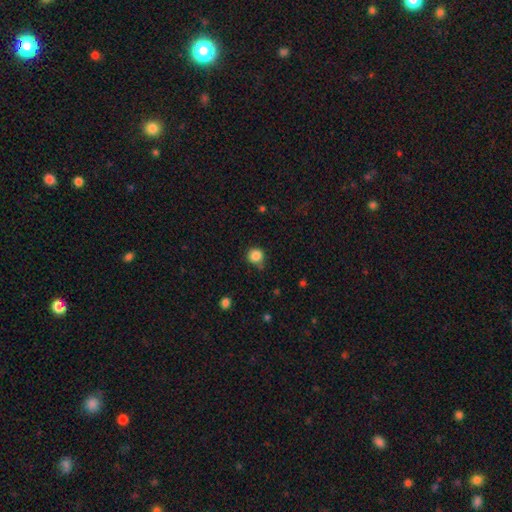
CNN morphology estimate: A smooth galaxy with no disk features (85%) that is round (90%). Merging: none (71%).